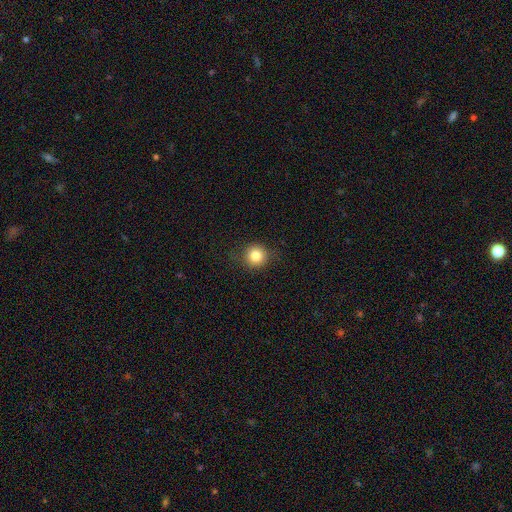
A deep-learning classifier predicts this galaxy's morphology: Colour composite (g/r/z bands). It shows a smooth galaxy with no disk features (83%) that is round (92%). Merging: none (87%).